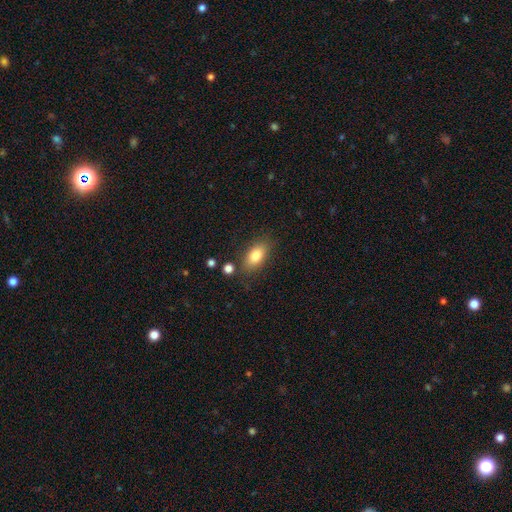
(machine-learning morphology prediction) A smooth galaxy with no disk features (82%) that is in between round and cigar-shaped (87%). Merging: none (79%).